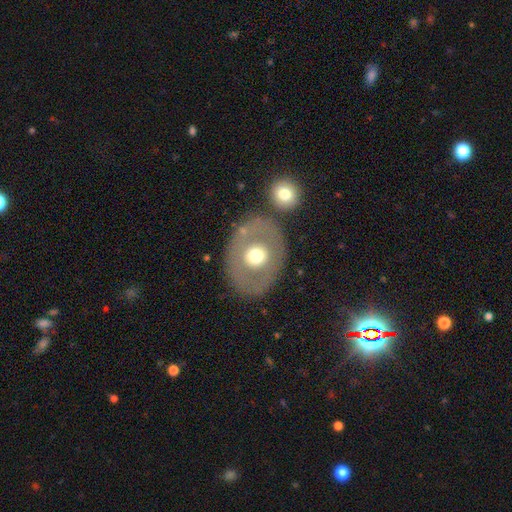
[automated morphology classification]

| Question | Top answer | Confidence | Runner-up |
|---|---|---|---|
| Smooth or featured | featured or disk | 60% | smooth (28%) |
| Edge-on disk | no | 93% | yes (7%) |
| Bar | no | 83% | weak (12%) |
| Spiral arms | no | 71% | yes (29%) |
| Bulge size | moderate | 70% | small (13%) |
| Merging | none | 77% | minor disturbance (12%) |